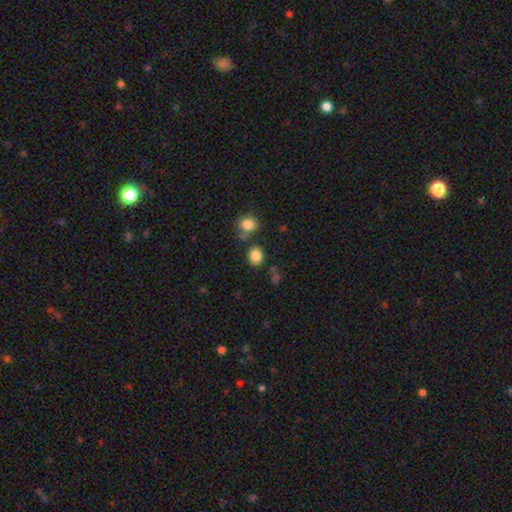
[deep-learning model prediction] Smooth or featured: smooth — 84% (star or artifact — 11%)
How rounded: round — 68% (in between — 31%)
Merging: none — 76% (merger — 11%)